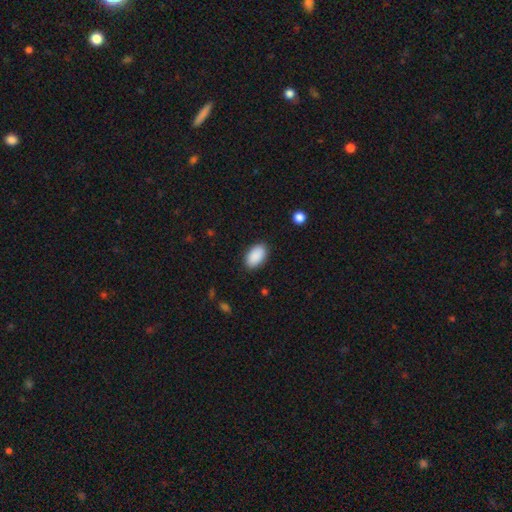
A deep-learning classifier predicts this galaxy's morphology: A smooth galaxy with no disk features (91%) that is in between round and cigar-shaped (95%). Merging: none (88%).